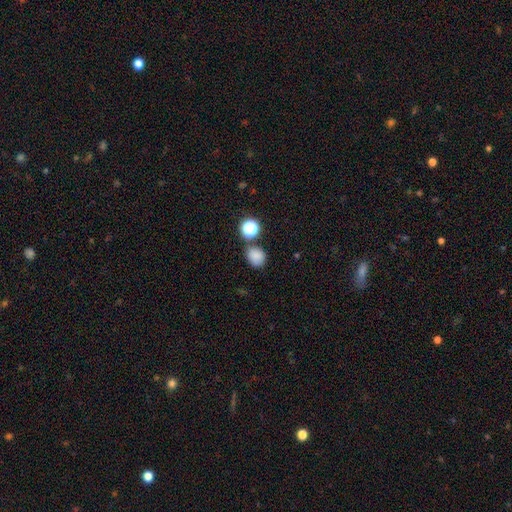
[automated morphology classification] Q: Smooth or featured?
A: smooth (81%); runner-up: star or artifact (14%)
Q: How rounded?
A: round (62%); runner-up: in between (37%)
Q: Merging?
A: none (72%); runner-up: minor disturbance (13%)